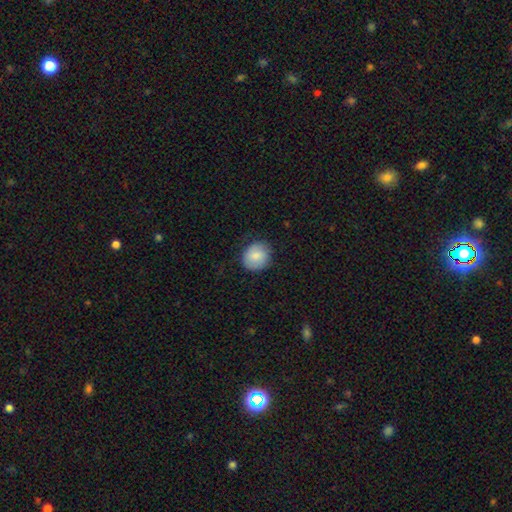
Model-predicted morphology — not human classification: type=smooth (83%); roundness=round (75%); merging=none (79%).